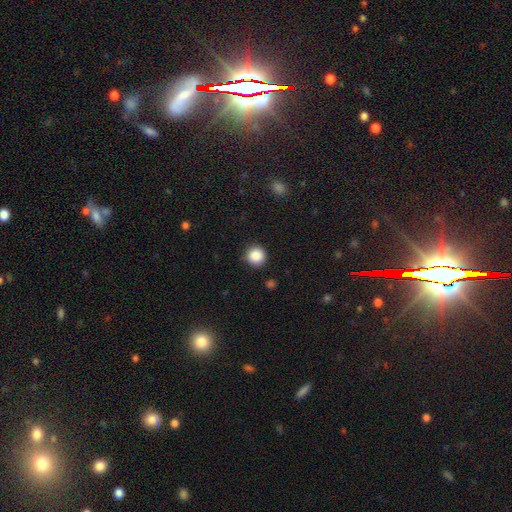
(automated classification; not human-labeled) smooth-or-featured: smooth: 87% | star or artifact: 10% | featured or disk: 3%
  how-rounded: round: 95% | in between: 4% | cigar-shaped: 1%
  merging: none: 88% | minor disturbance: 8% | major disturbance: 2% | merger: 1%